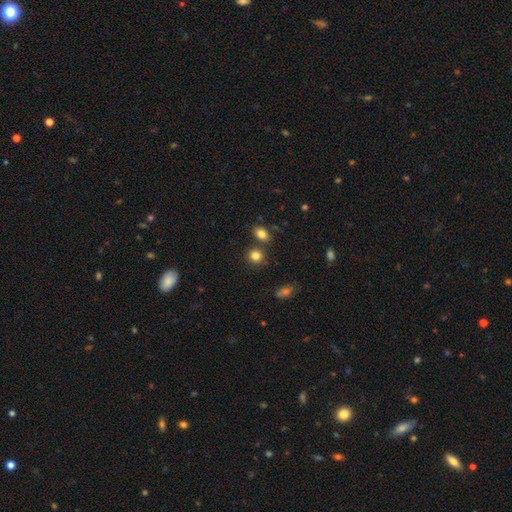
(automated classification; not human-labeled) Smooth or featured? smooth (83%)
How rounded? round (75%)
Merging? none (73%)